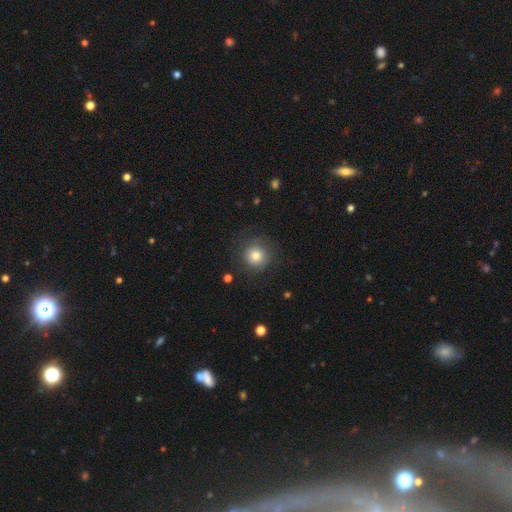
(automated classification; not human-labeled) smooth-or-featured: smooth: 75% | featured or disk: 15% | star or artifact: 11%
  how-rounded: round: 94% | in between: 5% | cigar-shaped: 1%
  merging: none: 81% | minor disturbance: 12% | major disturbance: 6% | merger: 1%